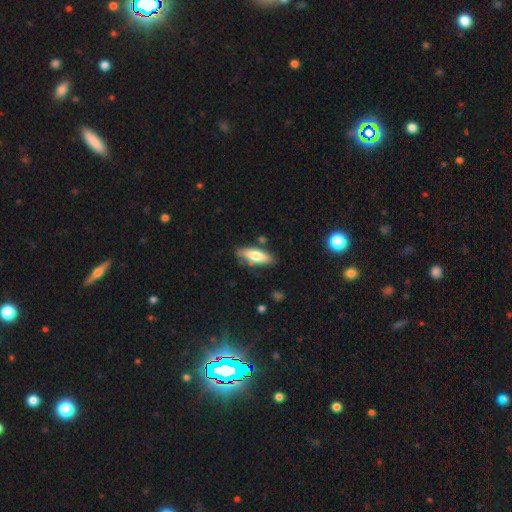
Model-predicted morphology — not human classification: Smooth or featured: smooth — 69% (featured or disk — 25%)
How rounded: in between — 59% (cigar-shaped — 39%)
Merging: none — 78% (minor disturbance — 15%)